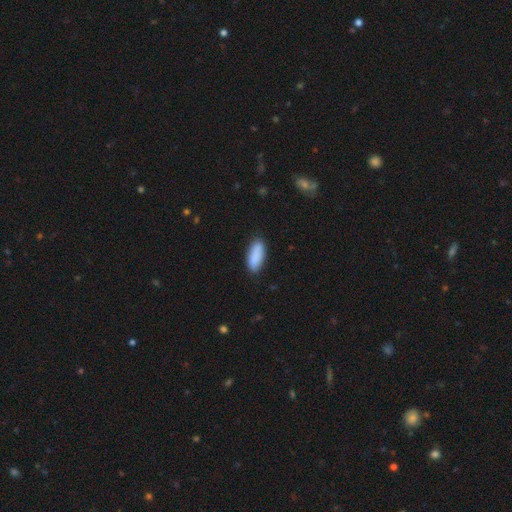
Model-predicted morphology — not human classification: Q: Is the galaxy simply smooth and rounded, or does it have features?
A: smooth — 89%.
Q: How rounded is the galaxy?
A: in between — 79%.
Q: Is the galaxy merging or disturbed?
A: none — 84%.